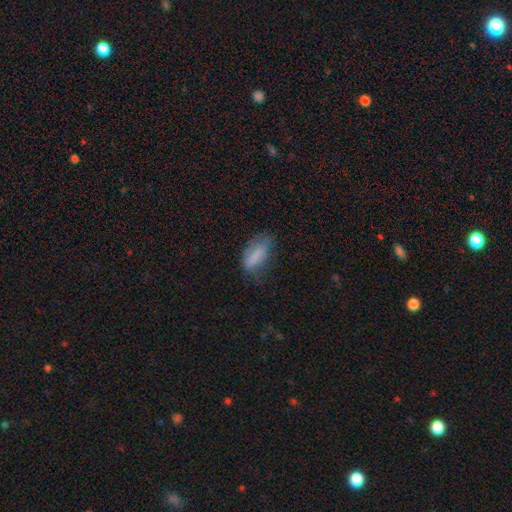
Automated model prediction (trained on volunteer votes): The model was most divided on "merging": none: 50%, minor disturbance: 31%, major disturbance: 17%, merger: 2%. More confident: how rounded — in between (75%); smooth or featured — smooth (69%).